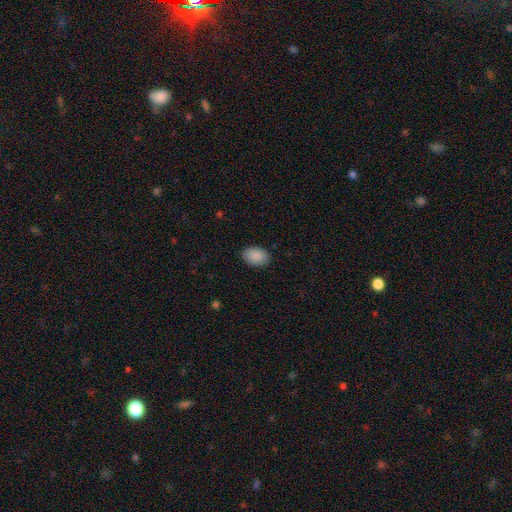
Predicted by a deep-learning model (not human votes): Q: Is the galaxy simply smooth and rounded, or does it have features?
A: smooth — 90%.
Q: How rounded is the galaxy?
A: in between — 85%.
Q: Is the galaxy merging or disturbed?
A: none — 86%.